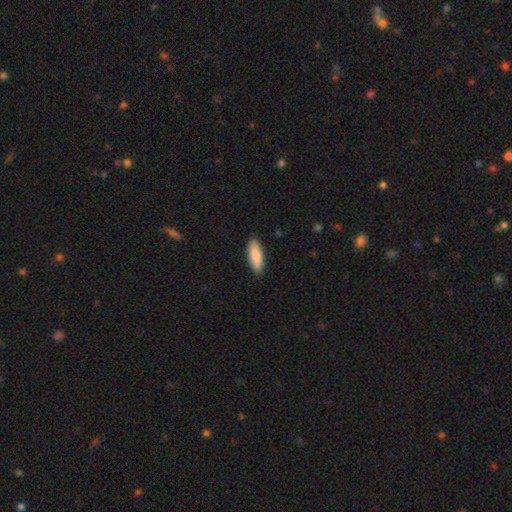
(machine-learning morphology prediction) Smooth or featured? smooth (88%)
How rounded? in between (66%)
Merging? none (88%)